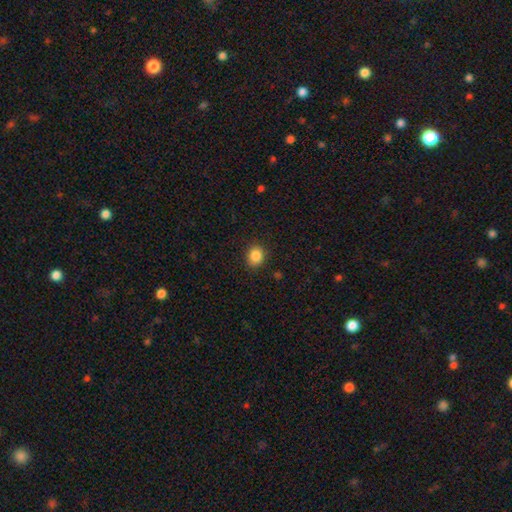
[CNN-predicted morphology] Q: Smooth or featured?
A: smooth (86%); runner-up: star or artifact (10%)
Q: How rounded?
A: round (68%); runner-up: in between (32%)
Q: Merging?
A: none (89%); runner-up: minor disturbance (8%)